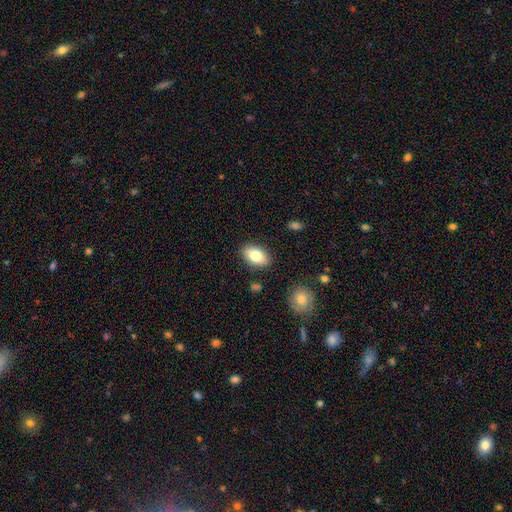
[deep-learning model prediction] A smooth galaxy with no disk features (81%) that is in between round and cigar-shaped (90%). Merging: none (86%).